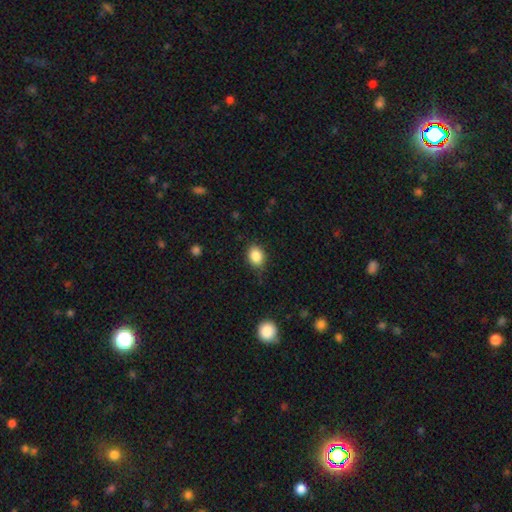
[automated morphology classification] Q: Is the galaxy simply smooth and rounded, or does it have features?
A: smooth — 86%.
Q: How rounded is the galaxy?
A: in between — 55%.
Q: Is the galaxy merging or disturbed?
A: none — 79%.